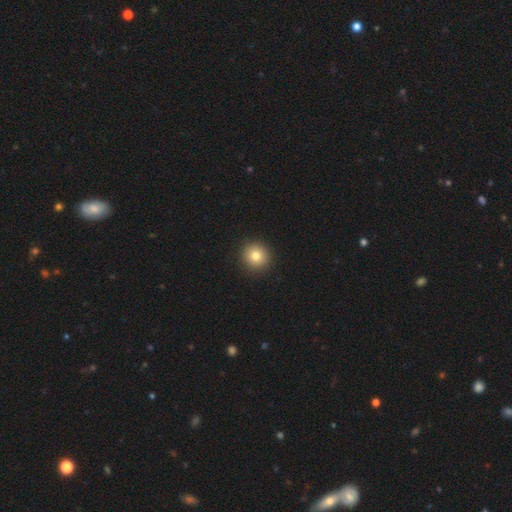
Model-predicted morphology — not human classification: Q: Smooth or featured?
A: smooth (80%); runner-up: star or artifact (11%)
Q: How rounded?
A: round (94%); runner-up: in between (5%)
Q: Merging?
A: none (93%); runner-up: minor disturbance (5%)